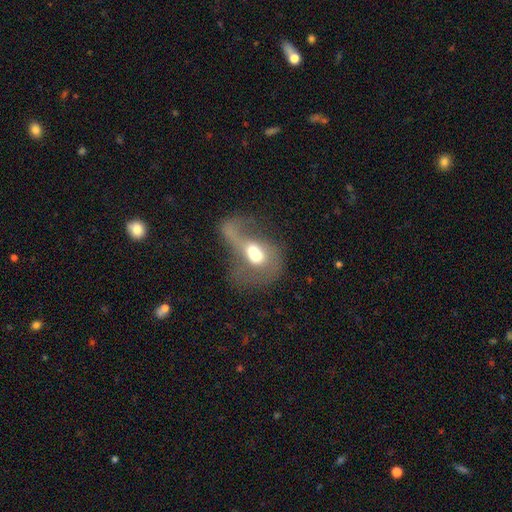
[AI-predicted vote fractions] This is possibly a featured or disk galaxy (50%). It is clearly not viewed edge-on (95%). Merging: possibly merger (58%).